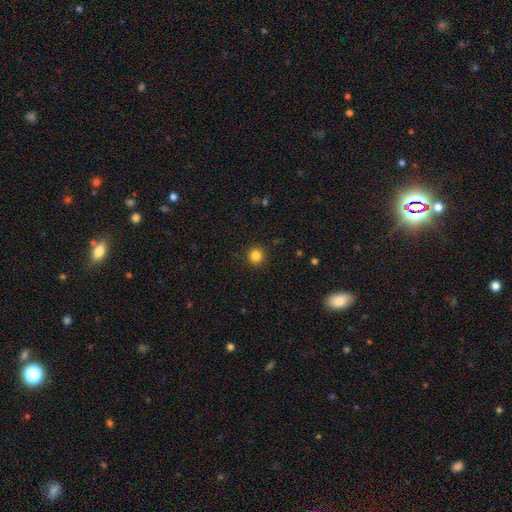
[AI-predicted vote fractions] This appears to be a smooth galaxy with no disk features (84%) that is round (94%). Merging: none (92%).